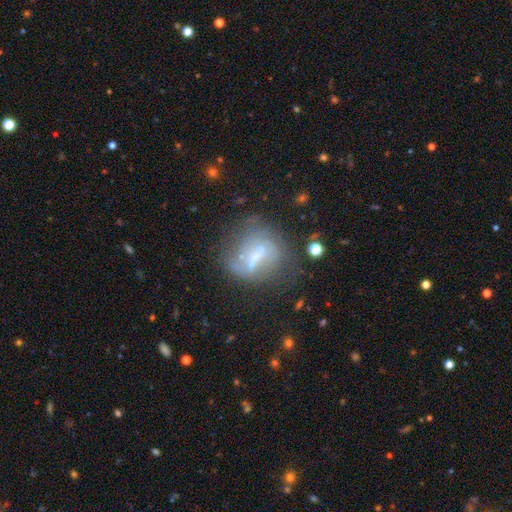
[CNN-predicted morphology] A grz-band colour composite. It shows a featured or disk galaxy (54%). Merging: none (43%).